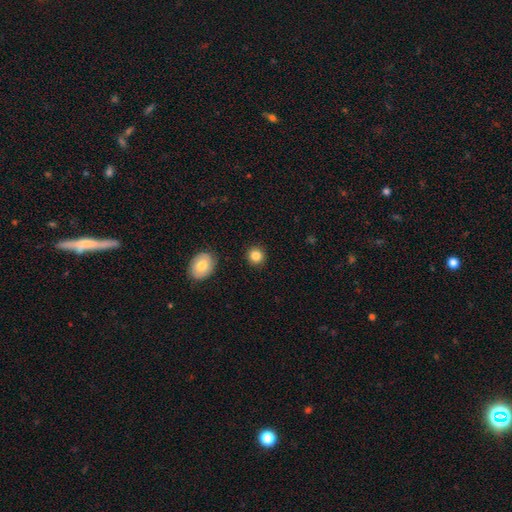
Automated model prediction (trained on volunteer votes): This is clearly a smooth galaxy (85%). How rounded: clearly round (91%). Merging: clearly none (90%).